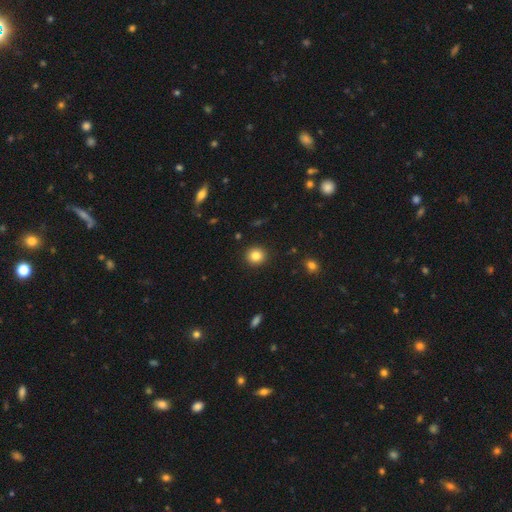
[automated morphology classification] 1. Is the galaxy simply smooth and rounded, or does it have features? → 84% smooth, 10% star or artifact, 6% featured or disk.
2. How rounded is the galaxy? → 89% round, 10% in between, 1% cigar-shaped.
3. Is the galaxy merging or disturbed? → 92% none, 5% minor disturbance, 2% major disturbance, 1% merger.